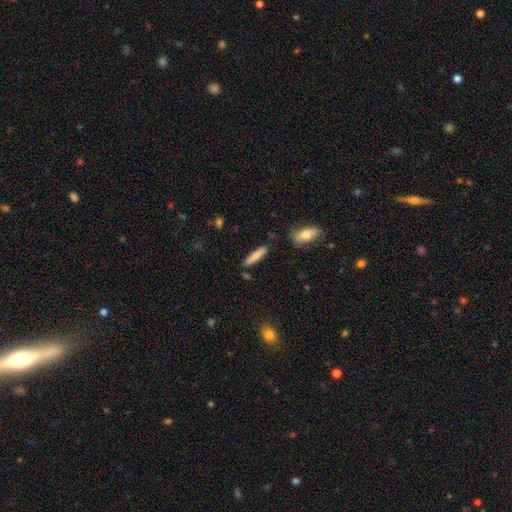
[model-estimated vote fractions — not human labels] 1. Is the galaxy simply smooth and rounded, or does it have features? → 79% smooth, 14% featured or disk, 6% star or artifact.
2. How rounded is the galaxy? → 87% cigar-shaped, 11% in between, 1% round.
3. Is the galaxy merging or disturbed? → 85% none, 9% minor disturbance, 4% merger, 2% major disturbance.